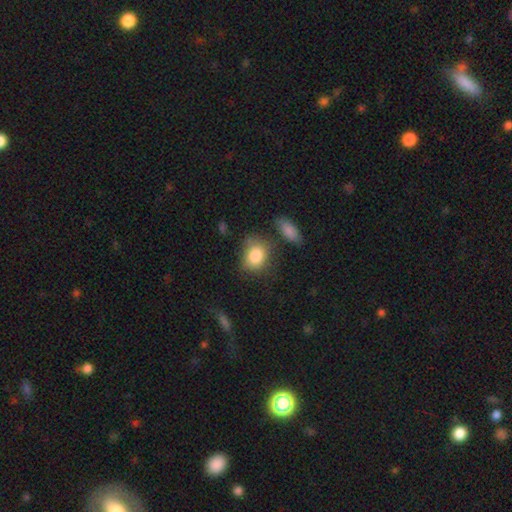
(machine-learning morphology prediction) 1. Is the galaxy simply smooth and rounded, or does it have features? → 84% smooth, 8% featured or disk, 8% star or artifact.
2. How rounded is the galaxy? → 51% in between, 47% round, 2% cigar-shaped.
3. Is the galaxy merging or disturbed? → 64% none, 21% minor disturbance, 9% merger, 7% major disturbance.